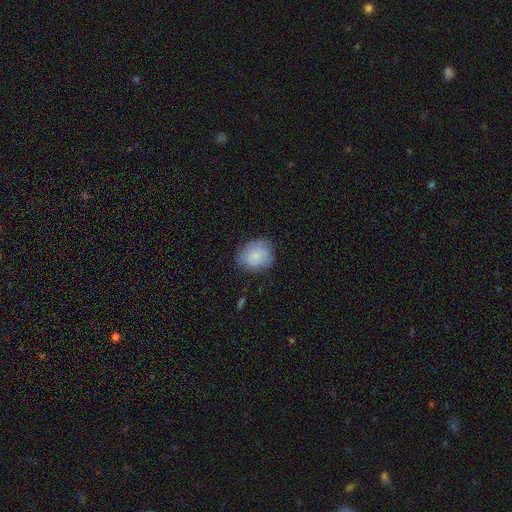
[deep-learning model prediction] Overall: smooth (77%). How rounded: round (66%; in between 33%). Merging: none (73%).